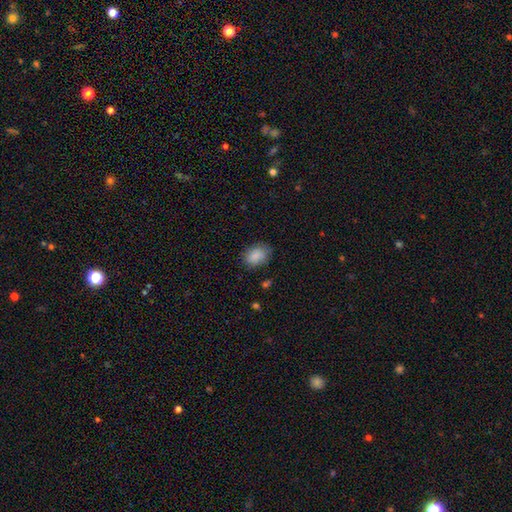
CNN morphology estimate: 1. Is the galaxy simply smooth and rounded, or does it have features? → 87% smooth, 8% star or artifact, 5% featured or disk.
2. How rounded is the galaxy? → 73% in between, 26% round, 1% cigar-shaped.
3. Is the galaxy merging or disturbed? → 75% none, 19% minor disturbance, 5% major disturbance, 2% merger.